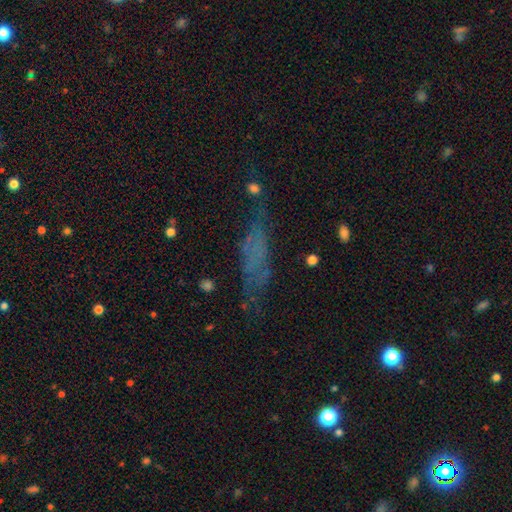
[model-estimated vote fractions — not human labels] A smooth galaxy with no disk features (46%).

Vote fractions:
- Smooth or featured? smooth: 46% / featured or disk: 34% / star or artifact: 20%
- Merging? none: 59% / minor disturbance: 22% / major disturbance: 15% / merger: 4%